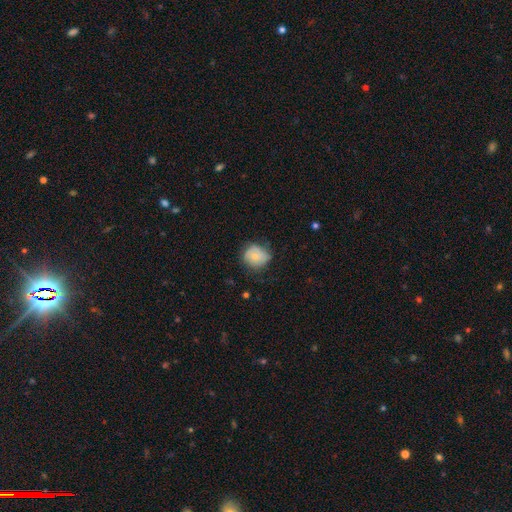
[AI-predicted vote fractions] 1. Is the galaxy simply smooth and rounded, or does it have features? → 69% smooth, 23% featured or disk, 8% star or artifact.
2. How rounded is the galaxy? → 77% round, 22% in between, 1% cigar-shaped.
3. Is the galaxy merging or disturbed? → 60% none, 31% minor disturbance, 8% major disturbance, 1% merger.